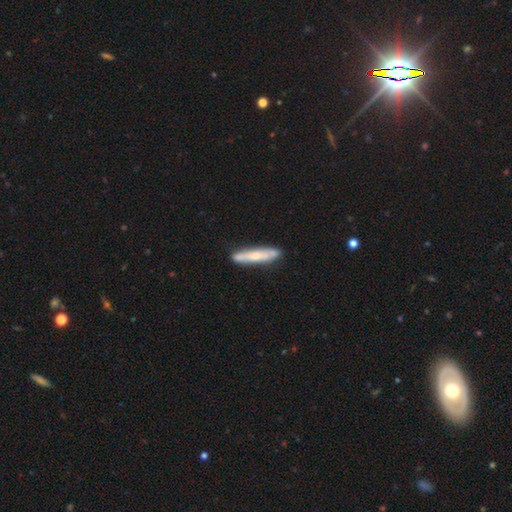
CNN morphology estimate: The model was most divided on "smooth or featured": smooth: 50%, featured or disk: 45%, star or artifact: 6%. More confident: merging — none (82%).